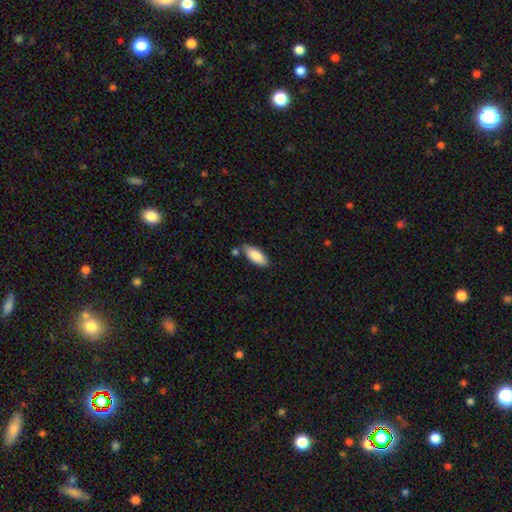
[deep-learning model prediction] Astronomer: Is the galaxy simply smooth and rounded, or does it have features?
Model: smooth — 87%.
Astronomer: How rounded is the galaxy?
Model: in between — 85%.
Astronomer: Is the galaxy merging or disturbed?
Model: none — 75%.